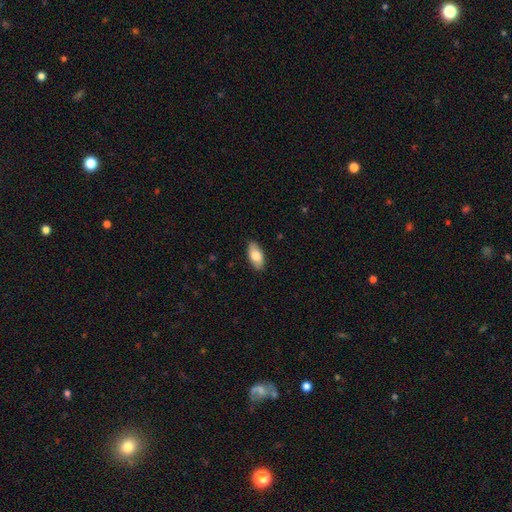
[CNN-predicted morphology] The model was most divided on "smooth or featured": smooth: 78%, featured or disk: 16%, star or artifact: 6%. More confident: how rounded — in between (91%); merging — none (87%).